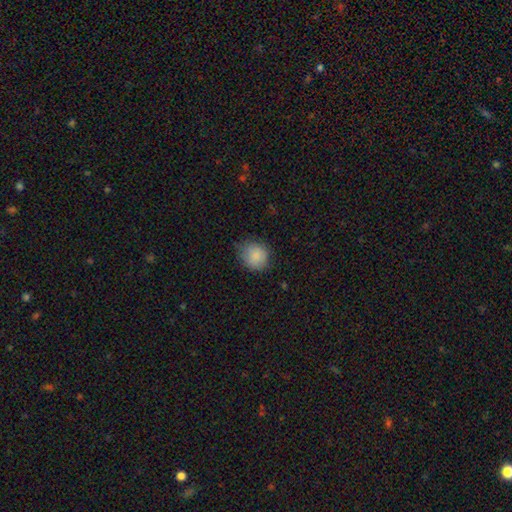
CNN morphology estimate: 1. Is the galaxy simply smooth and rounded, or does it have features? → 86% smooth, 8% star or artifact, 5% featured or disk.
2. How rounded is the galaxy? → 83% round, 16% in between, 1% cigar-shaped.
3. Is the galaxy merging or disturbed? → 71% none, 23% minor disturbance, 5% major disturbance, 1% merger.